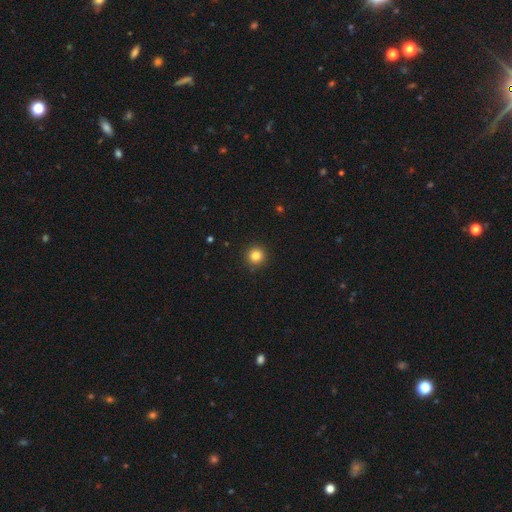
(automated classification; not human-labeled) This appears to be a smooth galaxy with no disk features (84%) that is round (95%). Merging: none (91%).